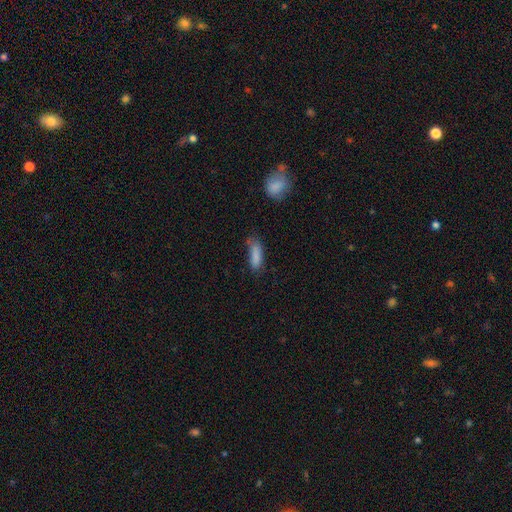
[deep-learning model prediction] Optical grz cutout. It shows a smooth galaxy with no disk features (85%) that is in between round and cigar-shaped (58%). Merging: none (53%).